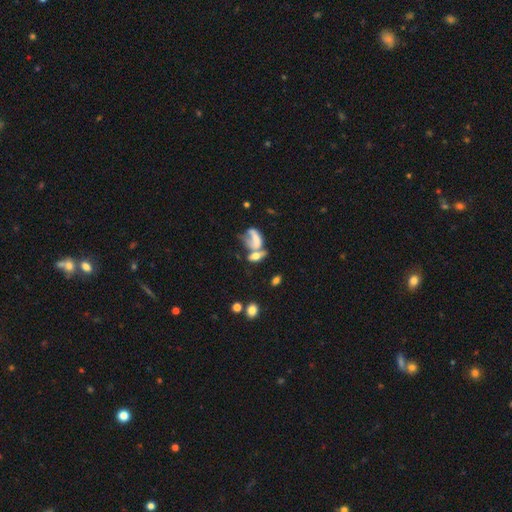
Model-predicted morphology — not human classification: smooth 52%, featured or disk 35%, star or artifact 13%. Down the decision tree: how rounded — in between (75%); merging — merger (54%).